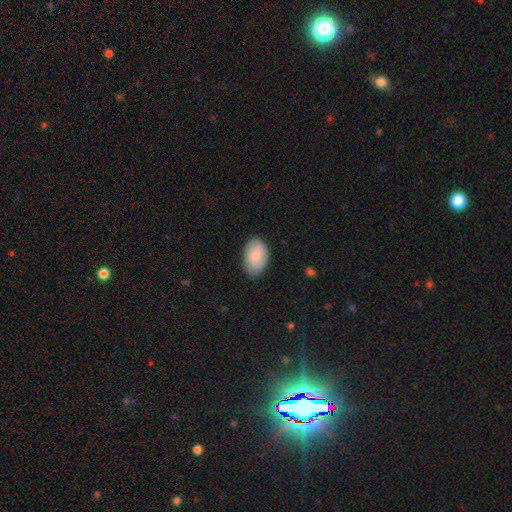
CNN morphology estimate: A smooth galaxy with no disk features (80%) that is in between round and cigar-shaped (91%).

Vote fractions:
- Smooth or featured? smooth: 80% / featured or disk: 14% / star or artifact: 6%
- How rounded? in between: 91% / round: 8% / cigar-shaped: 1%
- Merging? none: 80% / minor disturbance: 16% / major disturbance: 3% / merger: 1%